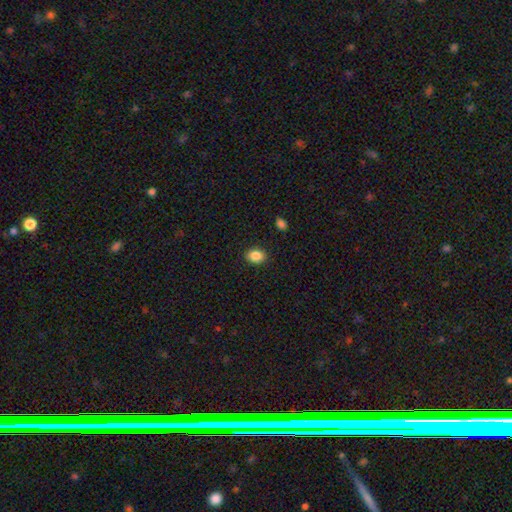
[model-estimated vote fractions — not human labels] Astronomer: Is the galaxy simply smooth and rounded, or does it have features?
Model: smooth — 87%.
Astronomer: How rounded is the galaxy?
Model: in between — 71%.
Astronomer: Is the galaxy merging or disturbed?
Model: none — 89%.